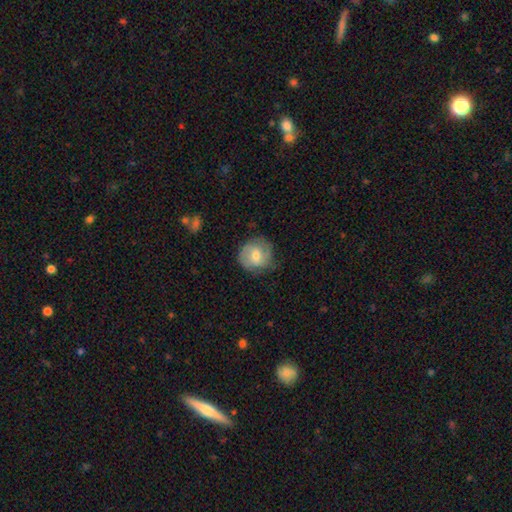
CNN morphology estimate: Smooth or featured?
  - smooth: 51% *
  - featured or disk: 41%
  - star or artifact: 7%
How rounded?
  - round: 88% *
  - in between: 11%
  - cigar-shaped: 1%
Merging?
  - none: 73% *
  - minor disturbance: 20%
  - major disturbance: 6%
  - merger: 1%